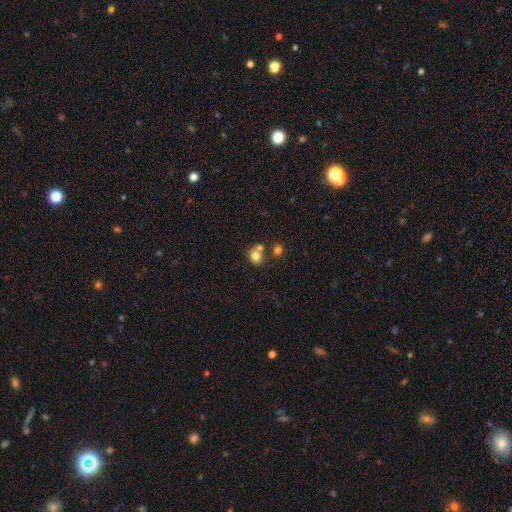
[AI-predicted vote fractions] smooth 77%, star or artifact 12%, featured or disk 11%. Down the decision tree: how rounded — round (75%); merging — none (51%).